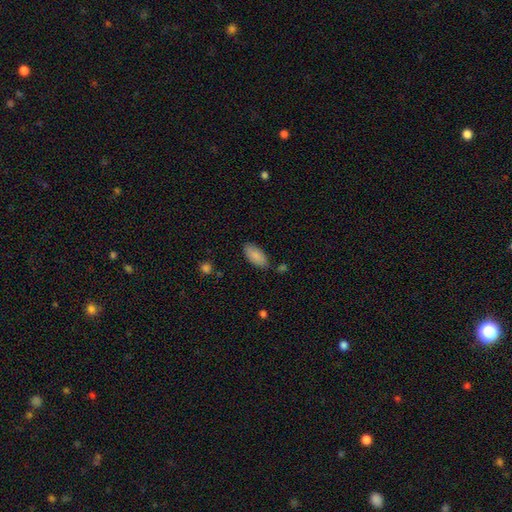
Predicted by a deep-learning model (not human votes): A smooth galaxy with no disk features (87%) that is in between round and cigar-shaped (90%).

Vote fractions:
- Smooth or featured? smooth: 87% / star or artifact: 6% / featured or disk: 6%
- How rounded? in between: 90% / cigar-shaped: 9% / round: 2%
- Merging? none: 79% / minor disturbance: 15% / merger: 3% / major disturbance: 3%